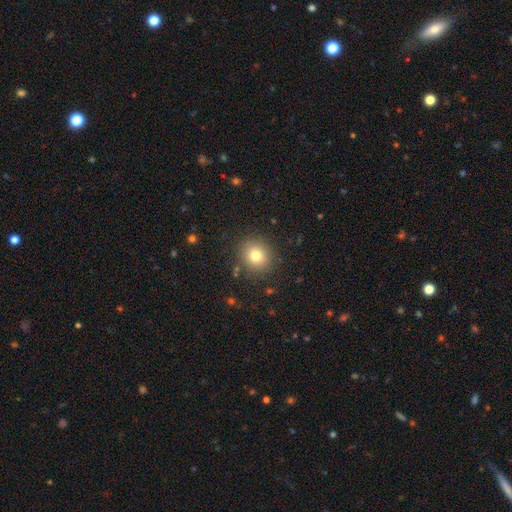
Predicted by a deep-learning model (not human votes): This appears to be a smooth galaxy with no disk features (78%) that is round (88%). Merging: none (88%).